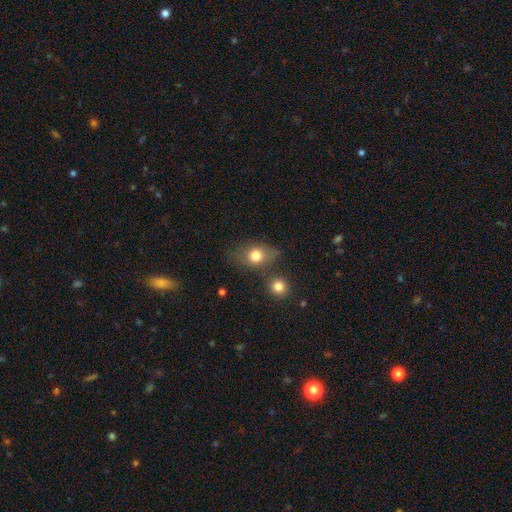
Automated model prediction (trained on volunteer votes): This is likely a smooth galaxy (77%). How rounded: possibly in between (57%). Merging: possibly none (56%).